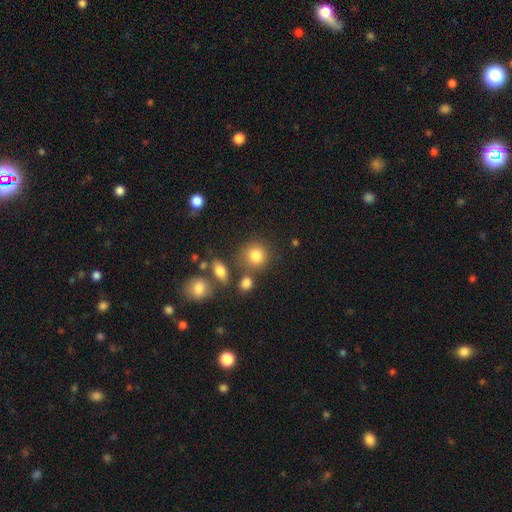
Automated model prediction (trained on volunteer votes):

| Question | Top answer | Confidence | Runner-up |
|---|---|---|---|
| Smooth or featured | smooth | 82% | star or artifact (11%) |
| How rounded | round | 86% | in between (13%) |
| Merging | none | 72% | merger (12%) |